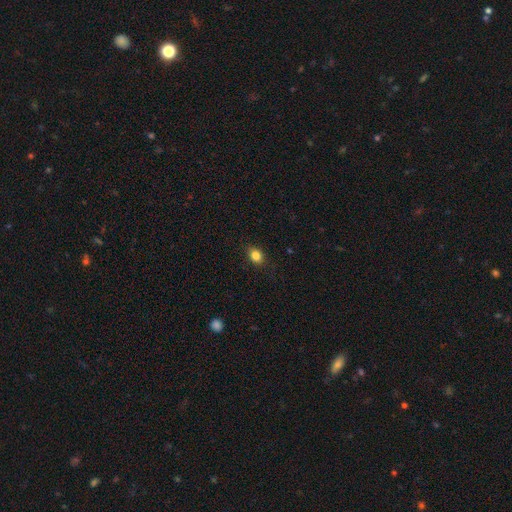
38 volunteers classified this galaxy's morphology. smooth-or-featured: smooth: 87% | star or artifact: 8% | featured or disk: 5%
  how-rounded: in between: 52% | round: 48% | cigar-shaped: 0%
  merging: none: 89% | minor disturbance: 9% | major disturbance: 3% | merger: 0%